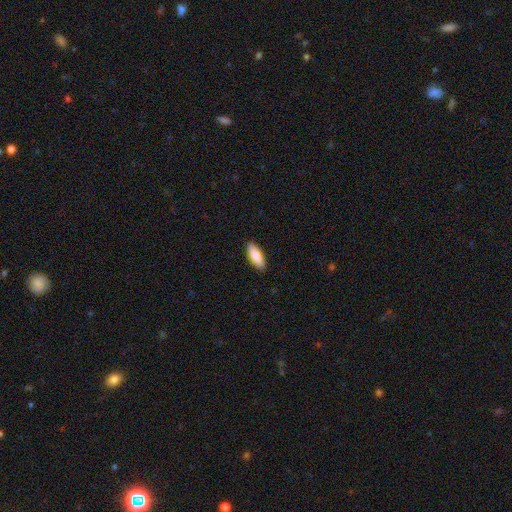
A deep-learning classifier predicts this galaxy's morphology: Q: Smooth or featured?
A: smooth (88%); runner-up: featured or disk (7%)
Q: How rounded?
A: in between (75%); runner-up: cigar-shaped (23%)
Q: Merging?
A: none (90%); runner-up: minor disturbance (8%)